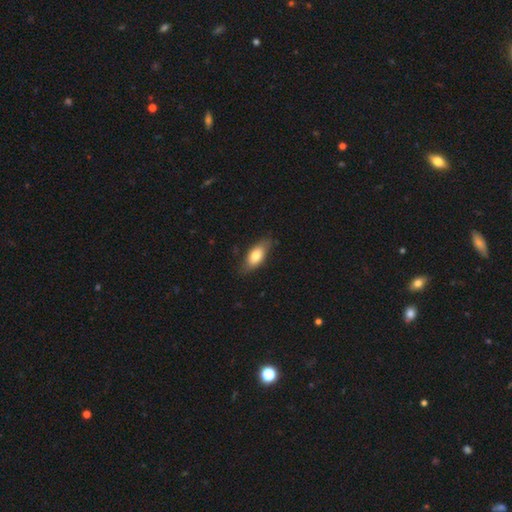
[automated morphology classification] Smooth or featured? smooth (75%)
How rounded? in between (84%)
Merging? none (76%)